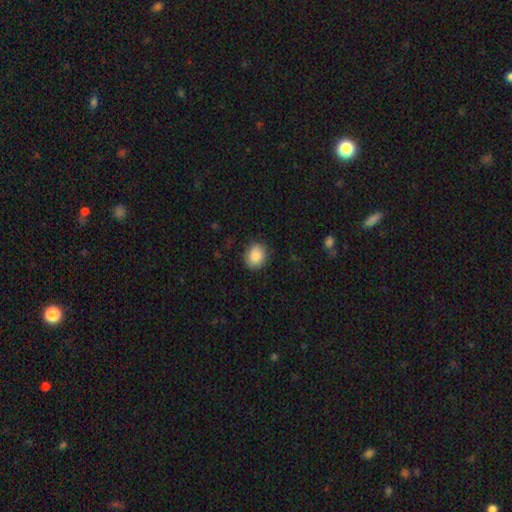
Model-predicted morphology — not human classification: Smooth or featured?
  - smooth: 87% *
  - star or artifact: 8%
  - featured or disk: 5%
How rounded?
  - round: 58% *
  - in between: 41%
  - cigar-shaped: 1%
Merging?
  - none: 85% *
  - minor disturbance: 12%
  - major disturbance: 3%
  - merger: 1%